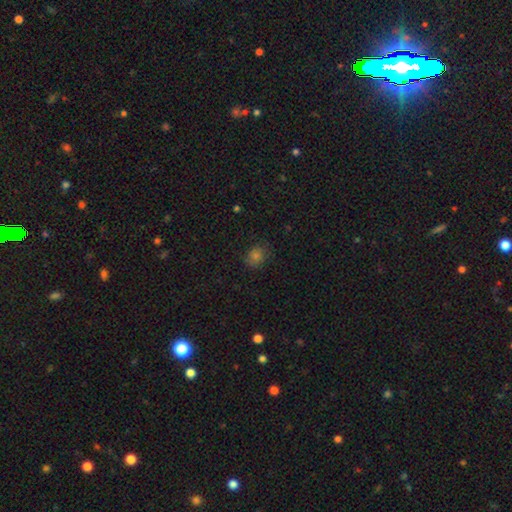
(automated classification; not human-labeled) This is likely a smooth galaxy (72%). How rounded: likely round (65%). Merging: likely none (78%).